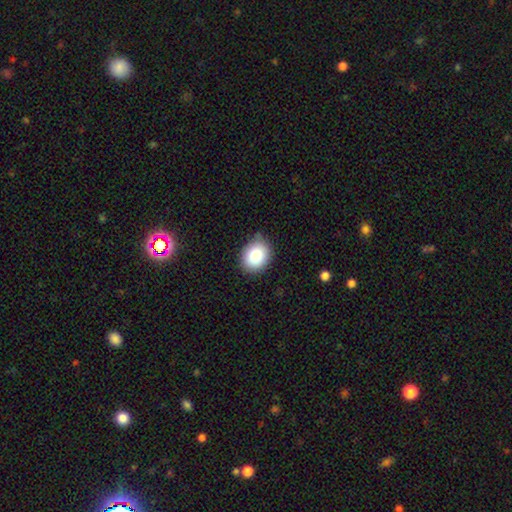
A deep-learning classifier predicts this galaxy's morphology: smooth 86%, star or artifact 8%, featured or disk 6%. Down the decision tree: how rounded — in between (53%); merging — none (79%).